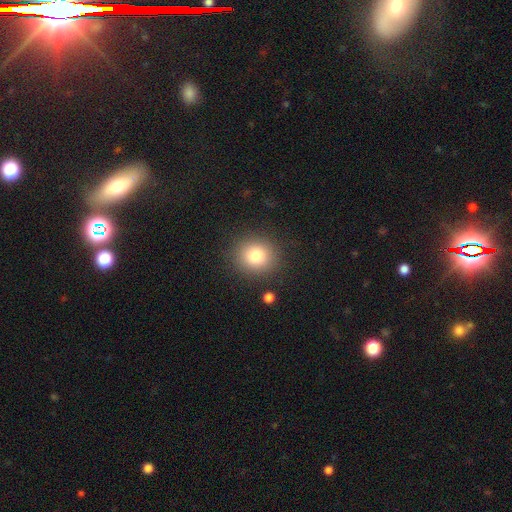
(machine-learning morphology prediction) smooth 81%, star or artifact 11%, featured or disk 8%. Down the decision tree: how rounded — round (83%); merging — none (87%).